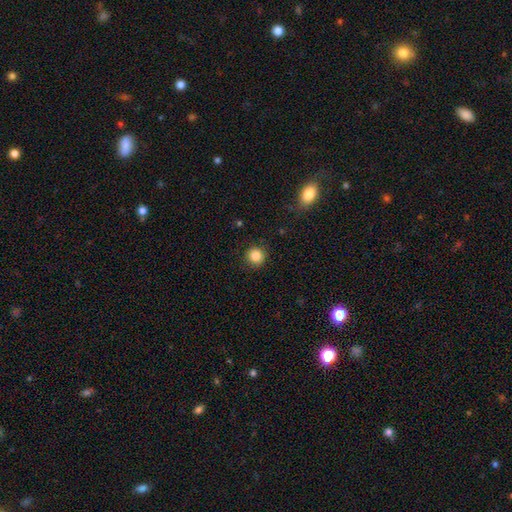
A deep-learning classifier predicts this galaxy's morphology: smooth_or_featured: smooth (p=0.85) [alt: star or artifact p=0.11]
how_rounded: round (p=0.94) [alt: in between p=0.05]
merging: none (p=0.90) [alt: minor disturbance p=0.07]